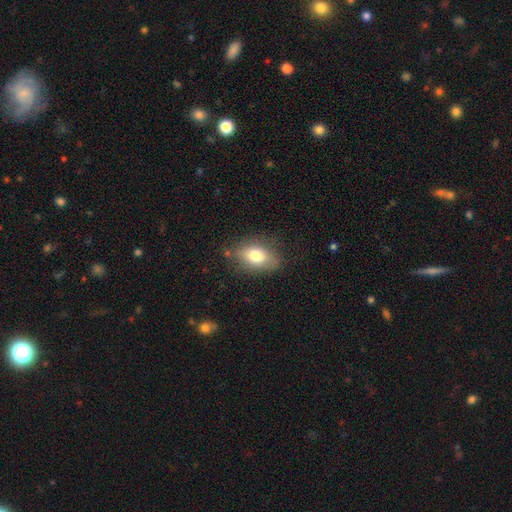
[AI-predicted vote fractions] Smooth or featured?
  - smooth: 75% *
  - featured or disk: 17%
  - star or artifact: 8%
How rounded?
  - in between: 83% *
  - round: 14%
  - cigar-shaped: 3%
Merging?
  - none: 75% *
  - minor disturbance: 19%
  - major disturbance: 5%
  - merger: 2%